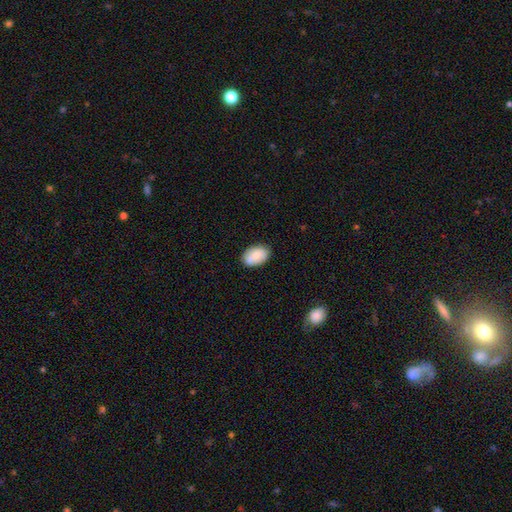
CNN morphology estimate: A smooth galaxy with no disk features (78%) that is in between round and cigar-shaped (88%).

Vote fractions:
- Smooth or featured? smooth: 78% / featured or disk: 15% / star or artifact: 7%
- How rounded? in between: 88% / round: 11% / cigar-shaped: 1%
- Merging? none: 76% / minor disturbance: 16% / merger: 5% / major disturbance: 3%